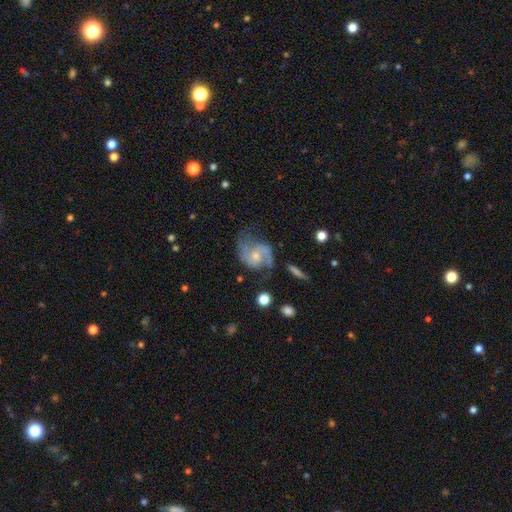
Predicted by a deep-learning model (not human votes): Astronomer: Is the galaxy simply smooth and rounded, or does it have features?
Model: featured or disk — 86%.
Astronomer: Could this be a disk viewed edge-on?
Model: no — 97%.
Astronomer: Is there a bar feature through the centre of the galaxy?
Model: no — 61%.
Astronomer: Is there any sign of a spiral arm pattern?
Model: yes — 96%.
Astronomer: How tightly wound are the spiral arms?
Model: medium — 52%.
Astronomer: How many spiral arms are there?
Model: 2 — 86%.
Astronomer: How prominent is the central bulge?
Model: small — 48% (runner-up: moderate, 44%).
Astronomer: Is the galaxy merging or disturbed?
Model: none — 65%.